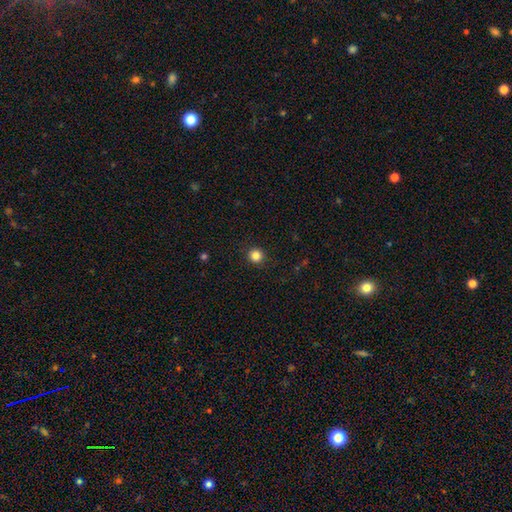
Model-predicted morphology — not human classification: smooth-or-featured: smooth: 84% | star or artifact: 12% | featured or disk: 4%
  how-rounded: round: 92% | in between: 7% | cigar-shaped: 1%
  merging: none: 92% | minor disturbance: 6% | major disturbance: 2% | merger: 1%